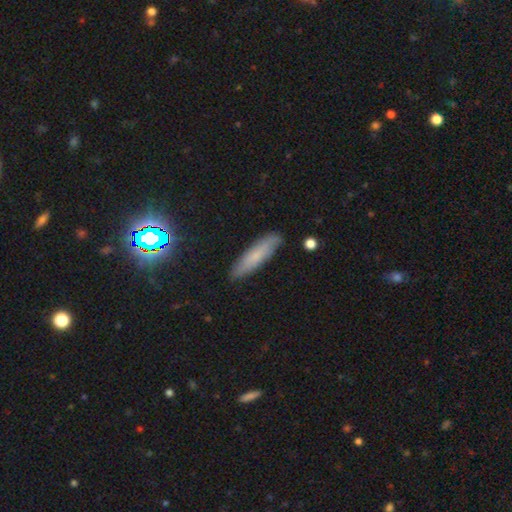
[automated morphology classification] This is likely a smooth galaxy (66%). How rounded: likely cigar-shaped (73%). Merging: clearly none (86%).